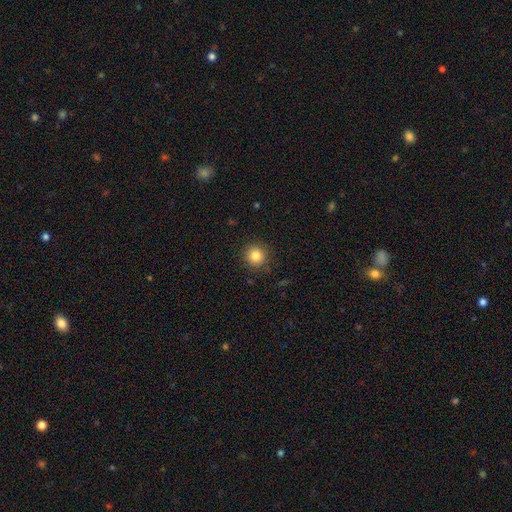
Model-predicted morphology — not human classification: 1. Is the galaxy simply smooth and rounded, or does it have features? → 83% smooth, 11% star or artifact, 6% featured or disk.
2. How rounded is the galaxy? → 93% round, 6% in between, 1% cigar-shaped.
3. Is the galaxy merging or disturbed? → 88% none, 9% minor disturbance, 3% major disturbance, 1% merger.